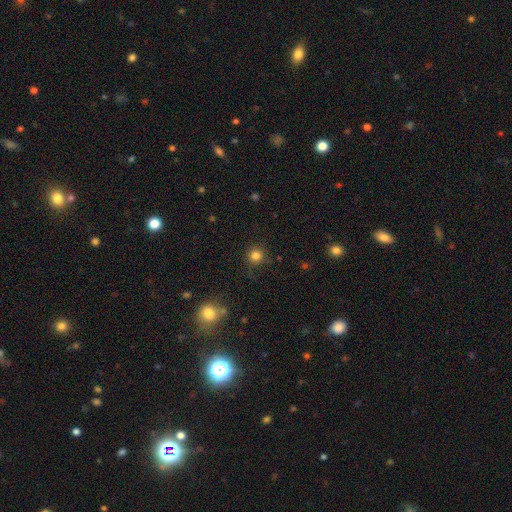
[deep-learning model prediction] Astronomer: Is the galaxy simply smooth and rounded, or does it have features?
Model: smooth — 81%.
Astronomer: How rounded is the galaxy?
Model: round — 93%.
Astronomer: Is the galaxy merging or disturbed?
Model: none — 85%.